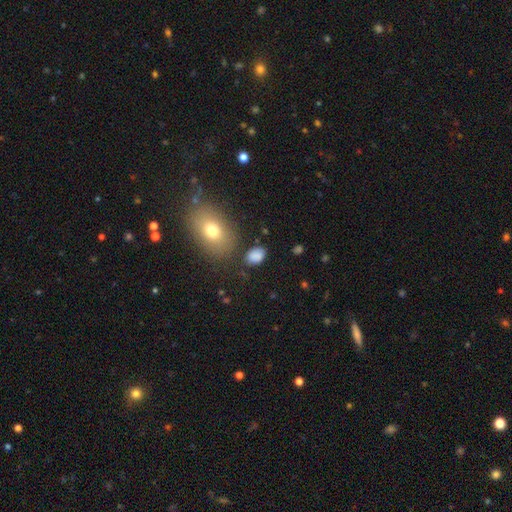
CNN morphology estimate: smooth_or_featured: smooth (p=0.84) [alt: star or artifact p=0.10]
how_rounded: in between (p=0.84) [alt: round p=0.15]
merging: none (p=0.76) [alt: minor disturbance p=0.15]